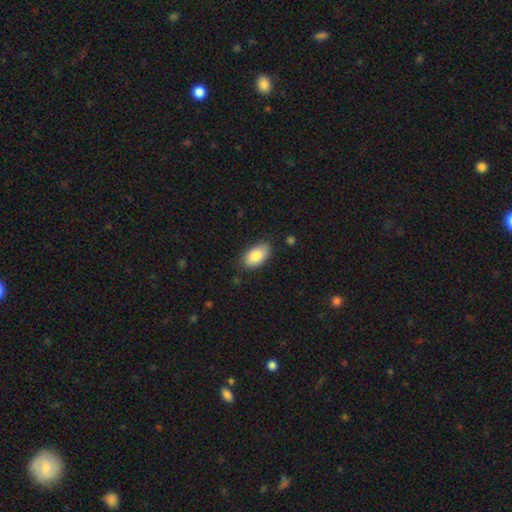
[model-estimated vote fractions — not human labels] A smooth galaxy with no disk features (85%) that is in between round and cigar-shaped (94%). Merging: none (82%).